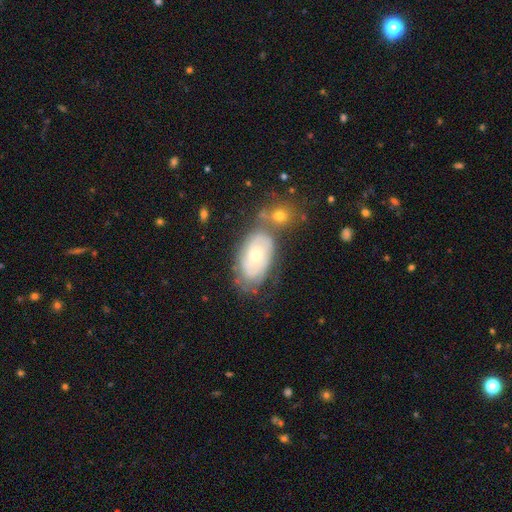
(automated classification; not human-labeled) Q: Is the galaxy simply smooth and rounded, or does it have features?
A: featured or disk — 69%.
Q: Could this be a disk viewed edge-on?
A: no — 95%.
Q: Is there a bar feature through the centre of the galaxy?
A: no — 78%.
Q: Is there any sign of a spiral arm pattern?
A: yes — 79%.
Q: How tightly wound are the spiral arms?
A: tight — 71%.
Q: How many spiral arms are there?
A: can't tell — 52%.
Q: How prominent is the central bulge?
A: moderate — 49%.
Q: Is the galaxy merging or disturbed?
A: none — 56%.